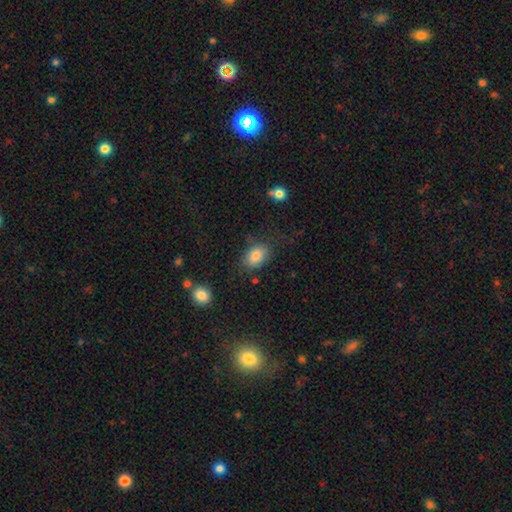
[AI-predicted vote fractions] smooth_or_featured: smooth (p=0.83) [alt: star or artifact p=0.08]
how_rounded: in between (p=0.83) [alt: round p=0.16]
merging: none (p=0.73) [alt: minor disturbance p=0.18]